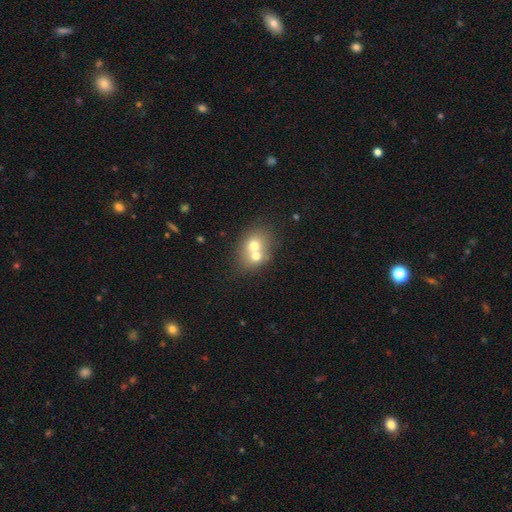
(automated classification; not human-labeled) This appears to be a smooth galaxy with no disk features (64%) that is round (57%). Merging: merger (66%).